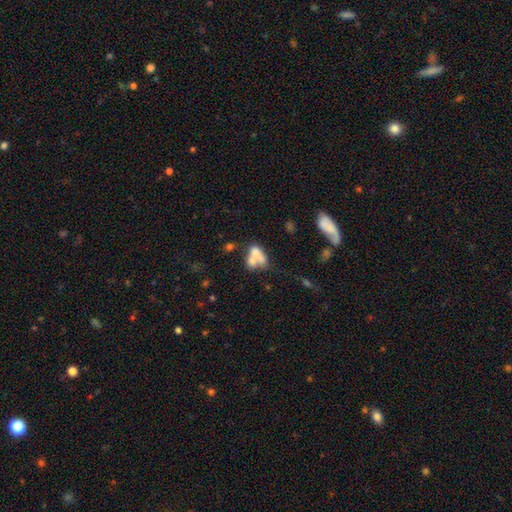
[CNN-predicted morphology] Smooth or featured: smooth — 62% (featured or disk — 27%)
How rounded: in between — 77% (round — 17%)
Merging: merger — 62% (none — 19%)